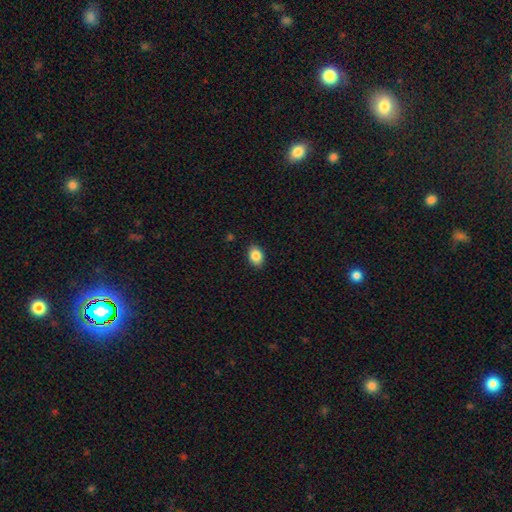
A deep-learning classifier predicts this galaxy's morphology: smooth 85%, star or artifact 8%, featured or disk 6%. Down the decision tree: how rounded — in between (77%); merging — none (88%).